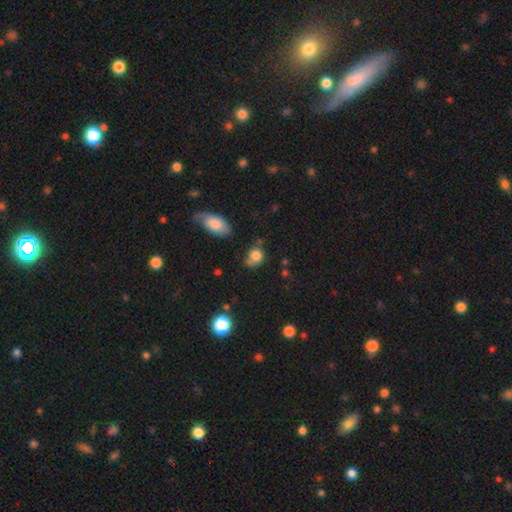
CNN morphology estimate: A smooth galaxy with no disk features (80%) that is round (54%). Merging: none (48%).